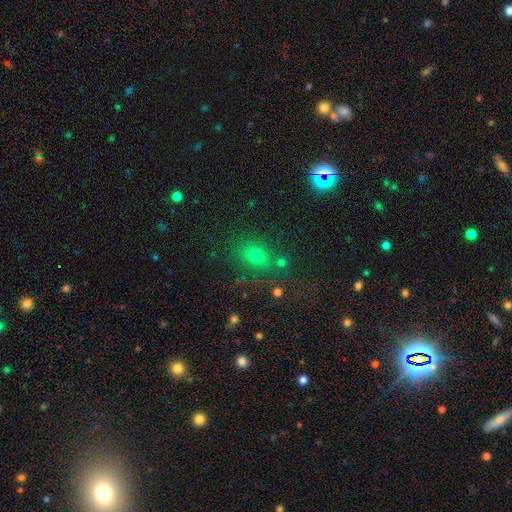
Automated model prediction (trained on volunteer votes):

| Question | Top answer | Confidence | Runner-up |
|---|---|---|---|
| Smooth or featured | smooth | 61% | star or artifact (29%) |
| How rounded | round | 50% | in between (48%) |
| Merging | none | 74% | minor disturbance (13%) |